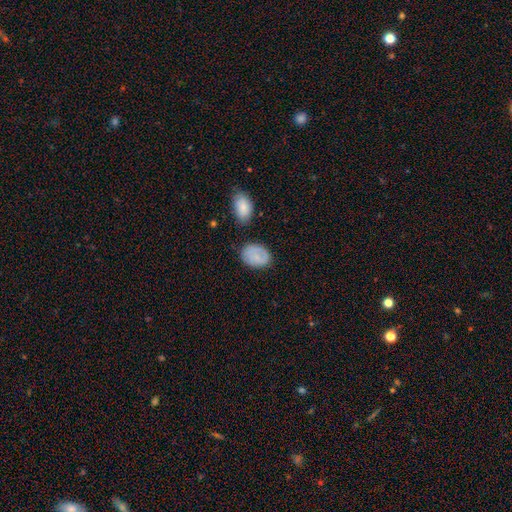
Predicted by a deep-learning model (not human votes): Overall: smooth (76%). How rounded: in between (77%). Merging: none (70%).